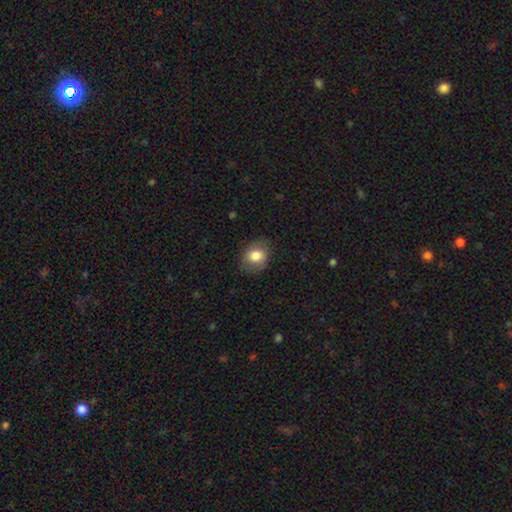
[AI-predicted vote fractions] Smooth or featured?
  - smooth: 77% *
  - featured or disk: 15%
  - star or artifact: 8%
How rounded?
  - in between: 56% *
  - round: 43%
  - cigar-shaped: 1%
Merging?
  - none: 77% *
  - minor disturbance: 17%
  - major disturbance: 6%
  - merger: 1%